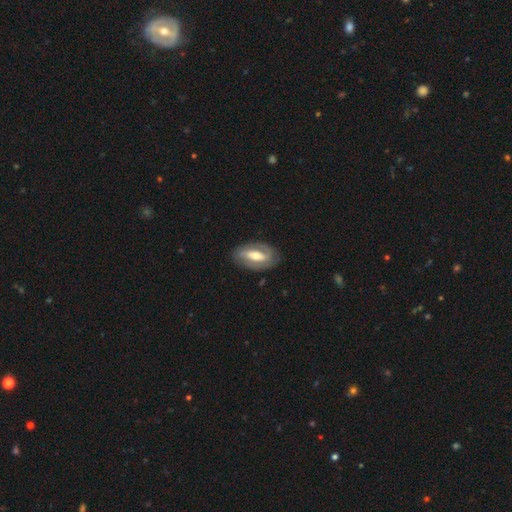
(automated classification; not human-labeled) The model was most divided on "bar": strong: 47%, weak: 34%, no: 20%. More confident: edge-on disk — no (92%); merging — none (81%); spiral arms — yes (73%); smooth or featured — featured or disk (72%); bulge size — moderate (62%).